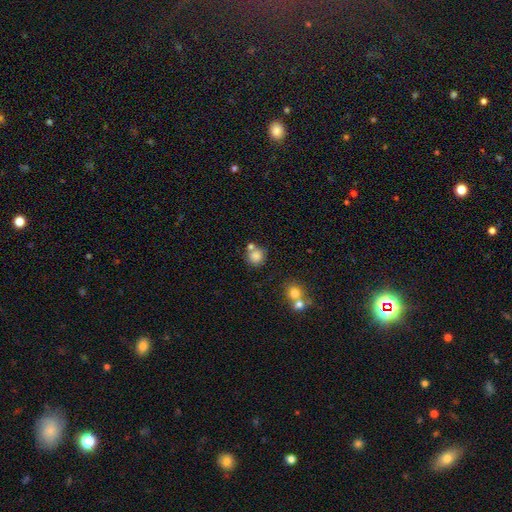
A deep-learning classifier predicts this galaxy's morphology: The model was most divided on "merging": none: 58%, merger: 24%, minor disturbance: 13%, major disturbance: 5%. More confident: how rounded — round (86%); smooth or featured — smooth (82%).